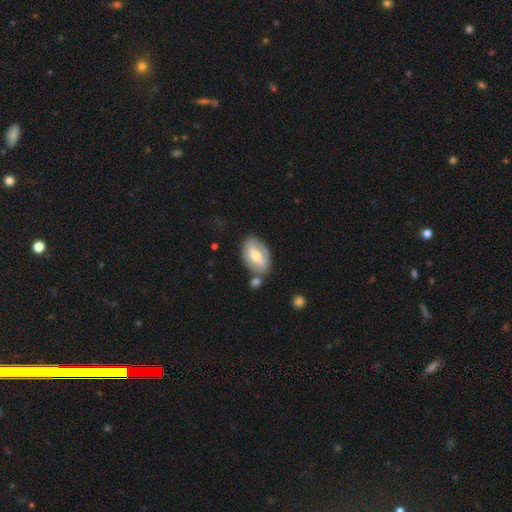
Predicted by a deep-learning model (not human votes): Morphology: type=featured or disk (50%); merging=none (58%).